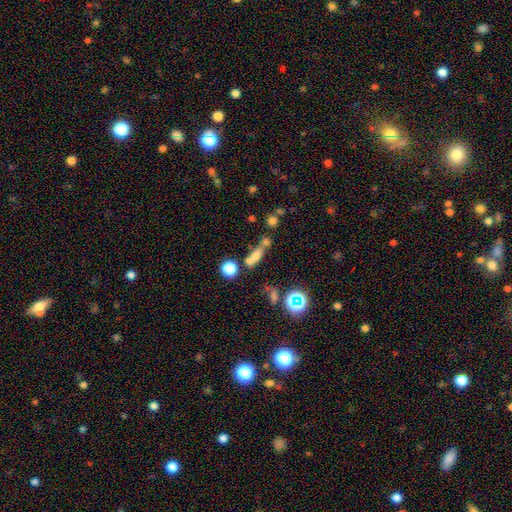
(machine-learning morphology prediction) Smooth or featured? Predicted: smooth (p=0.56). How rounded? Predicted: in between (p=0.41). Merging? Predicted: merger (p=0.39, tied with none).